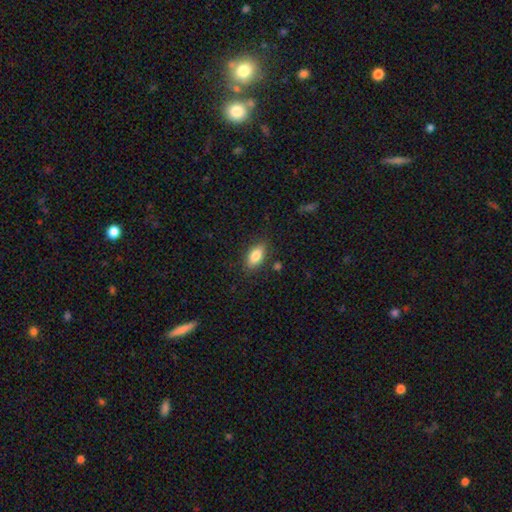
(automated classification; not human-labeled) Q: Smooth or featured?
A: smooth (82%); runner-up: featured or disk (10%)
Q: How rounded?
A: in between (89%); runner-up: cigar-shaped (7%)
Q: Merging?
A: none (82%); runner-up: minor disturbance (13%)